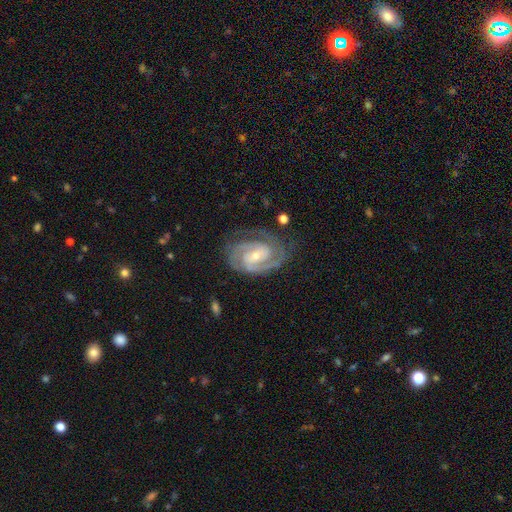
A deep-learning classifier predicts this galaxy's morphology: Overall: featured or disk (91%). Edge-on disk: no (97%). Bar: no (42%; weak 40%). Spiral arms: yes (98%). Spiral arm count: 2 (62%). Spiral winding: tight (60%; medium 35%). Bulge size: small (66%; moderate 31%). Merging: none (71%).